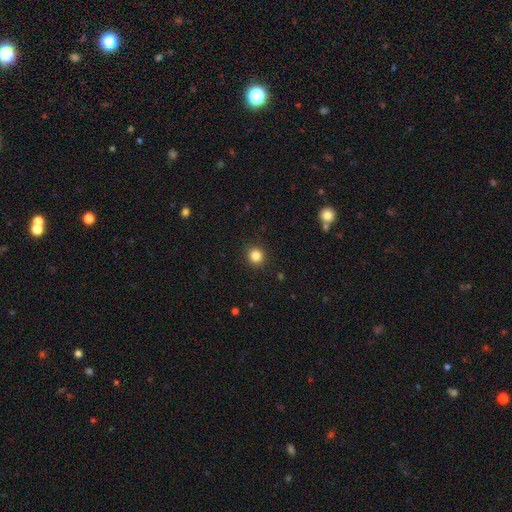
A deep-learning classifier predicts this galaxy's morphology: A smooth galaxy with no disk features (84%) that is round (91%). Merging: none (92%).